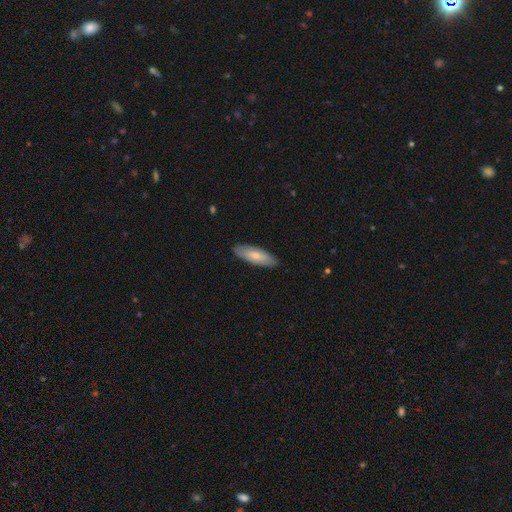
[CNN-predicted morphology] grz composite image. It shows a smooth galaxy with no disk features (69%) that is in between round and cigar-shaped (56%). Merging: none (87%).